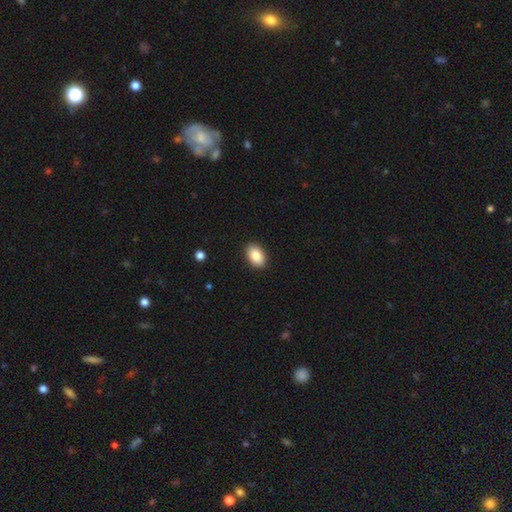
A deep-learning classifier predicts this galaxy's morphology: Smooth or featured? smooth (86%)
How rounded? in between (91%)
Merging? none (90%)